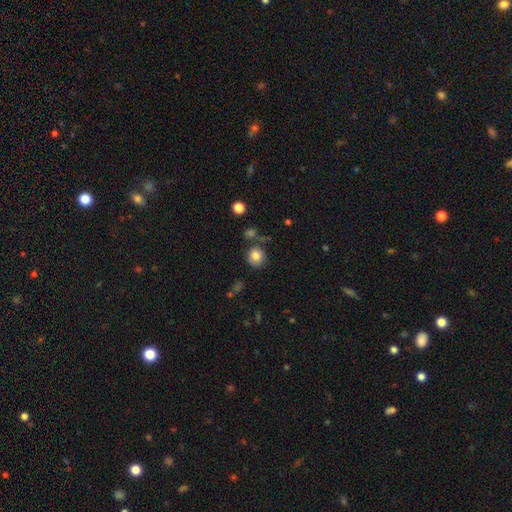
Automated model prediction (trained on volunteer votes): smooth_or_featured: smooth (p=0.82) [alt: star or artifact p=0.10]
how_rounded: round (p=0.85) [alt: in between p=0.14]
merging: none (p=0.76) [alt: minor disturbance p=0.12]